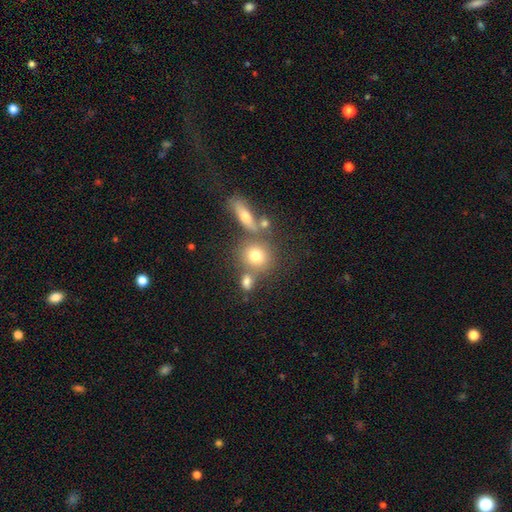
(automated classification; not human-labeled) Smooth or featured? smooth (74%)
How rounded? round (76%)
Merging? none (59%)